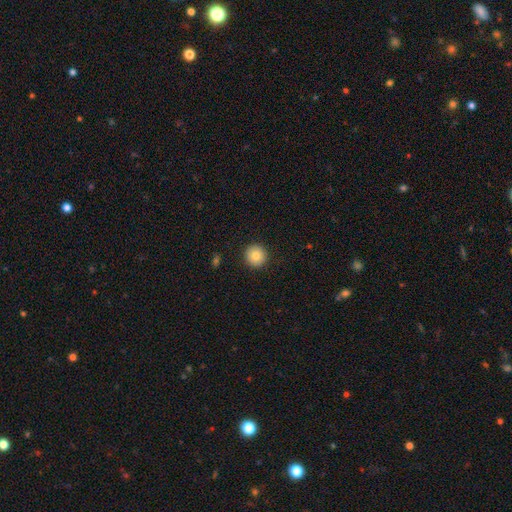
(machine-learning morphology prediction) smooth-or-featured: smooth: 83% | star or artifact: 9% | featured or disk: 8%
  how-rounded: round: 95% | in between: 4% | cigar-shaped: 1%
  merging: none: 92% | minor disturbance: 5% | major disturbance: 2% | merger: 1%